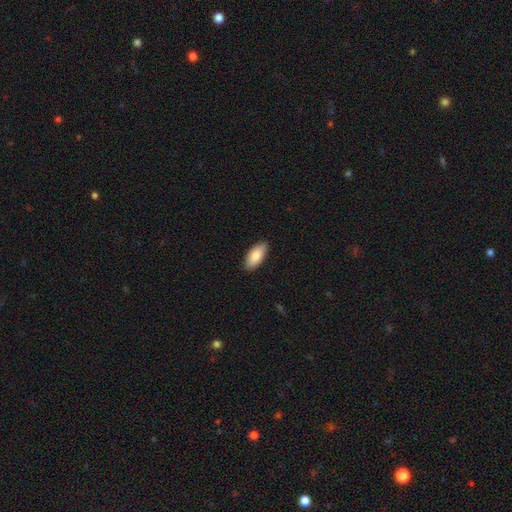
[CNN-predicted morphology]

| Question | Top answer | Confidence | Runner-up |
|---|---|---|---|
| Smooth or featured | smooth | 84% | featured or disk (10%) |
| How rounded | in between | 90% | cigar-shaped (8%) |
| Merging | none | 89% | minor disturbance (9%) |